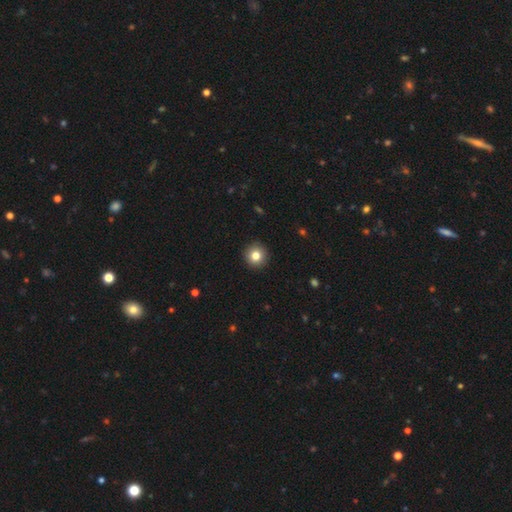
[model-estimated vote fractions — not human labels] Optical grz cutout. It shows a smooth galaxy with no disk features (82%) that is round (95%). Merging: none (93%).